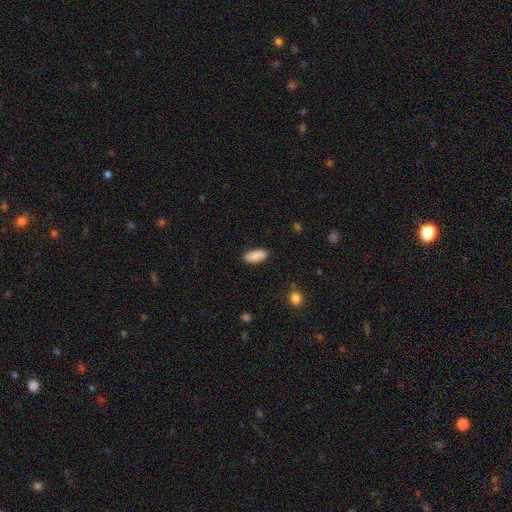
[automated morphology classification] This is clearly a smooth galaxy (90%). How rounded: clearly in between (82%). Merging: clearly none (87%).